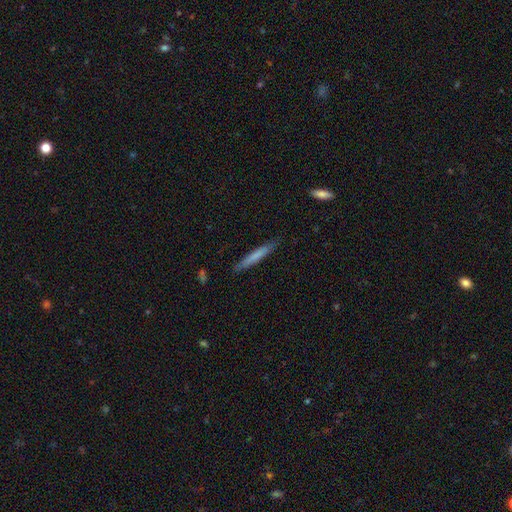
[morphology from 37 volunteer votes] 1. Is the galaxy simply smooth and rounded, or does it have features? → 73% smooth, 22% featured or disk, 5% star or artifact.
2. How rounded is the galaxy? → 100% cigar-shaped, 0% round, 0% in between.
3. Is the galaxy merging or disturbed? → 86% none, 14% minor disturbance, 0% major disturbance, 0% merger.